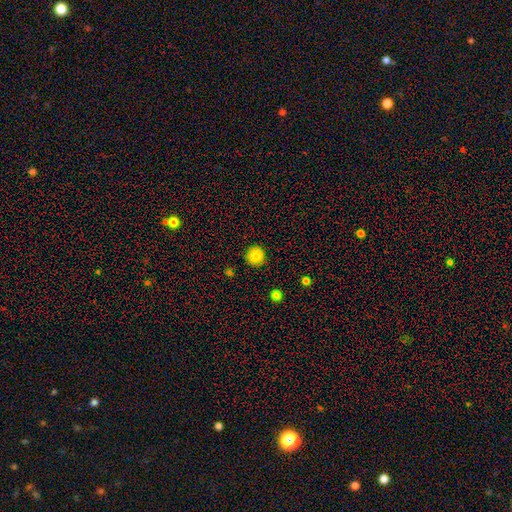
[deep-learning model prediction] A smooth galaxy with no disk features (83%) that is round (94%). Merging: none (90%).